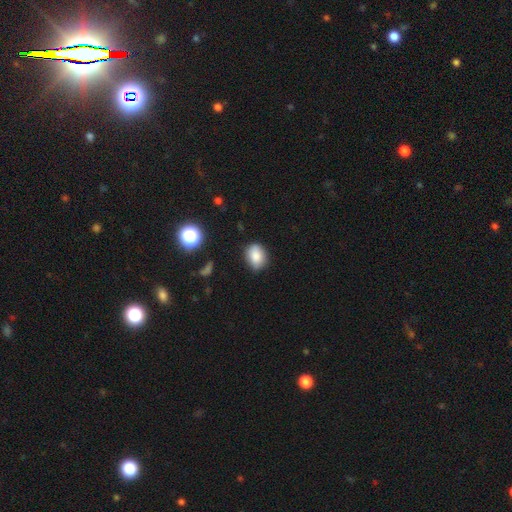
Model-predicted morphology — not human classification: smooth_or_featured: smooth (p=0.84) [alt: star or artifact p=0.09]
how_rounded: in between (p=0.66) [alt: round p=0.33]
merging: none (p=0.78) [alt: minor disturbance p=0.17]